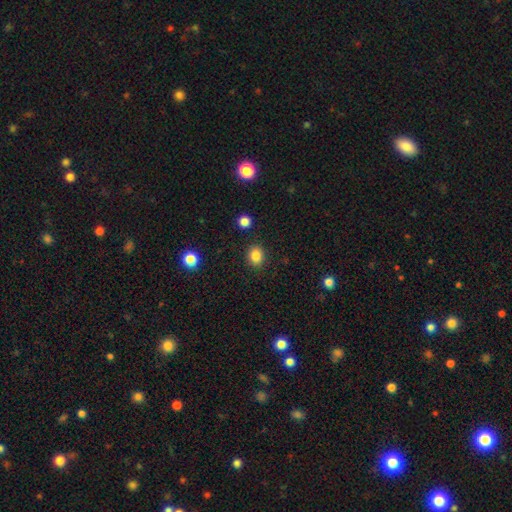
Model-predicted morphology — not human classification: This is clearly a smooth galaxy (84%). How rounded: likely round (65%). Merging: clearly none (89%).